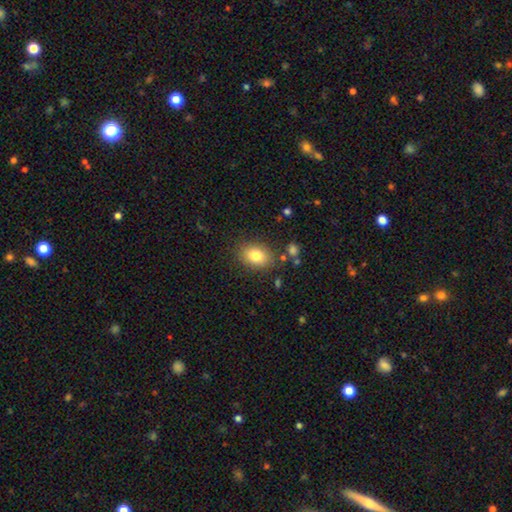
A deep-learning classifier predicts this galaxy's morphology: Smooth or featured: smooth — 82% (featured or disk — 9%)
How rounded: in between — 76% (round — 23%)
Merging: none — 82% (minor disturbance — 12%)